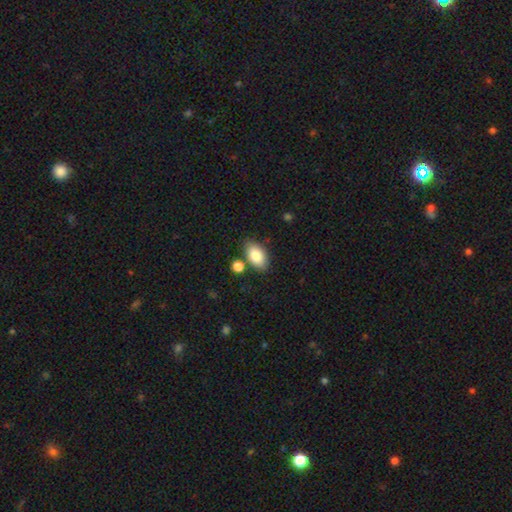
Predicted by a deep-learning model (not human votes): smooth 84%, featured or disk 8%, star or artifact 7%. Down the decision tree: how rounded — in between (91%); merging — none (75%).